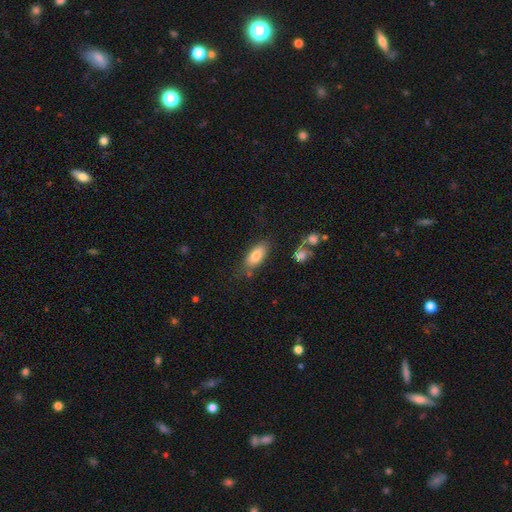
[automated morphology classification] type=smooth (81%); roundness=in between (83%); merging=none (71%).